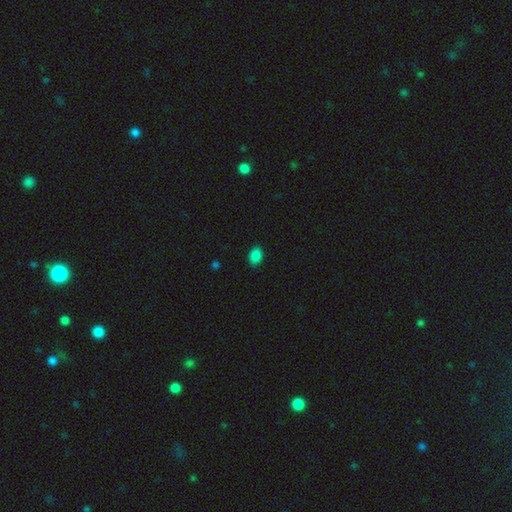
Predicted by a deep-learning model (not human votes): Overall: smooth (86%). How rounded: in between (74%). Merging: none (87%).